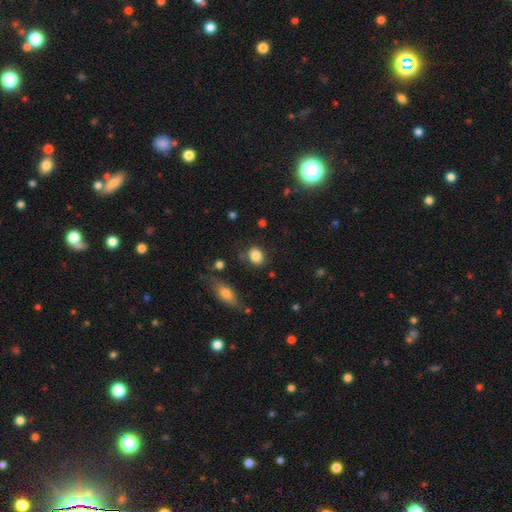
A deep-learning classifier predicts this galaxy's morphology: Smooth or featured? smooth (84%)
How rounded? round (56%)
Merging? none (75%)